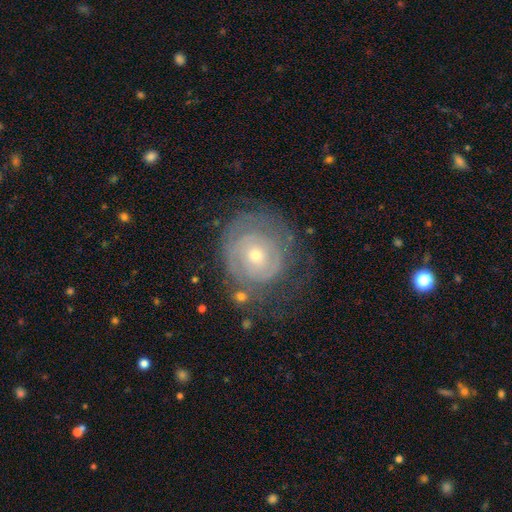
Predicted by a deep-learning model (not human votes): The model was most divided on "bulge size": small: 57%, moderate: 39%, large: 2%, none: 1%, dominant: 1%. More confident: edge-on disk — no (97%); bar — no (80%); spiral winding — tight (76%); spiral arms — yes (74%); smooth or featured — featured or disk (70%); merging — none (58%); spiral arm count — can't tell (52%).